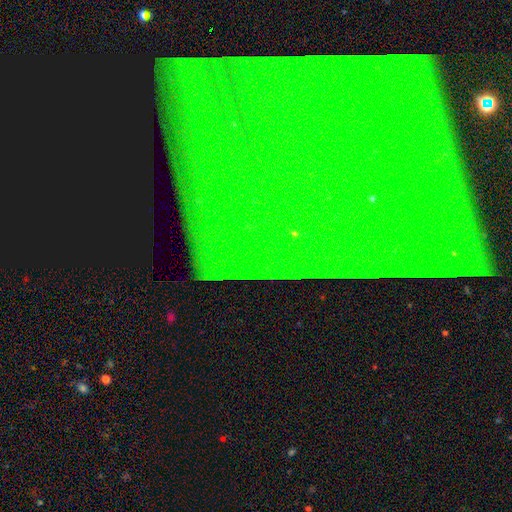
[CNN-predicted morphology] smooth-or-featured: star or artifact: 83% | smooth: 9% | featured or disk: 9%